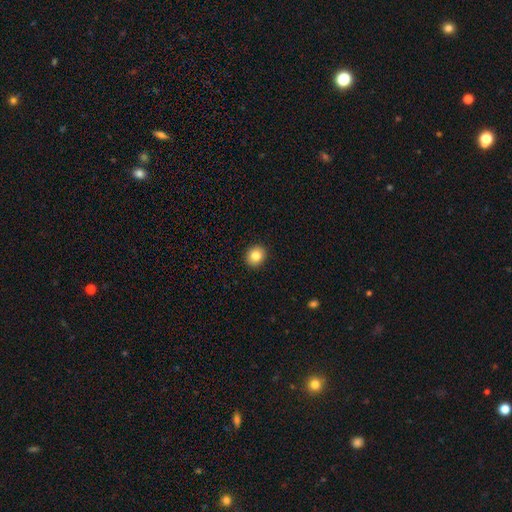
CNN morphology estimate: A smooth galaxy with no disk features (82%) that is round (75%). Merging: none (92%).